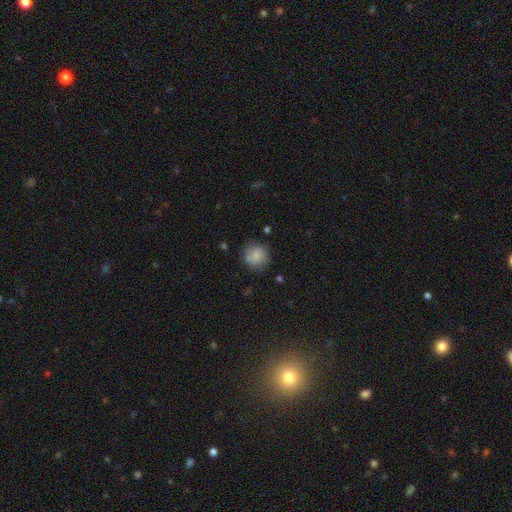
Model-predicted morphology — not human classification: This appears to be a smooth galaxy with no disk features (83%) that is round (91%). Merging: none (74%).